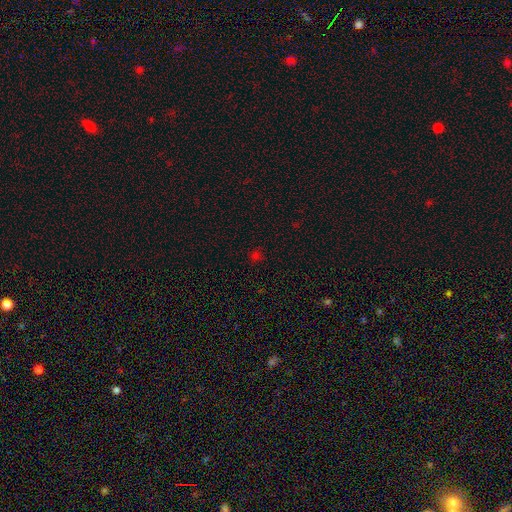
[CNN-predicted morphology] The model was most divided on "smooth or featured": smooth: 57%, star or artifact: 38%, featured or disk: 6%. More confident: how rounded — round (84%); merging — none (83%).